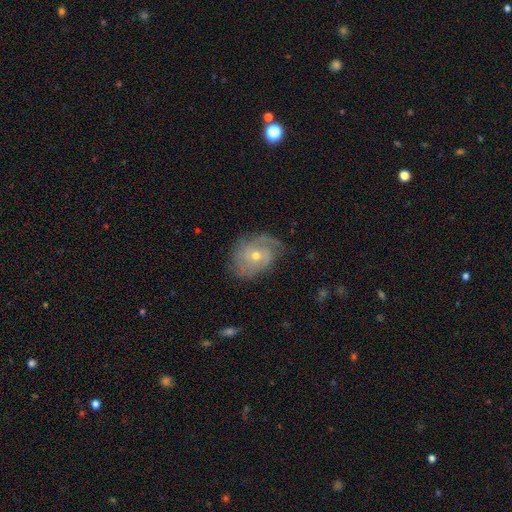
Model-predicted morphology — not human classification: smooth-or-featured: featured or disk: 79% | smooth: 14% | star or artifact: 7%
  disk-edge-on: no: 97% | yes: 3%
    bar: no: 76% | weak: 20% | strong: 4%
    has-spiral-arms: yes: 91% | no: 9%
      spiral-winding: tight: 56% | medium: 31% | loose: 12%
      spiral-arm-count: can't tell: 32% | 2: 29% | 3: 17% | 1: 13% | 4: 5% | more than 4: 4%
    bulge-size: moderate: 51% | small: 46% | large: 1% | none: 1% | dominant: 1%
  merging: none: 64% | minor disturbance: 23% | major disturbance: 11% | merger: 1%